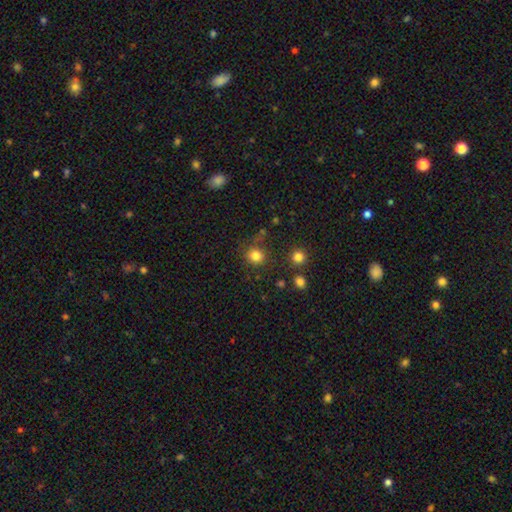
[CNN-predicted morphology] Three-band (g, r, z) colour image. It shows a smooth galaxy with no disk features (82%) that is round (86%). Merging: none (79%).